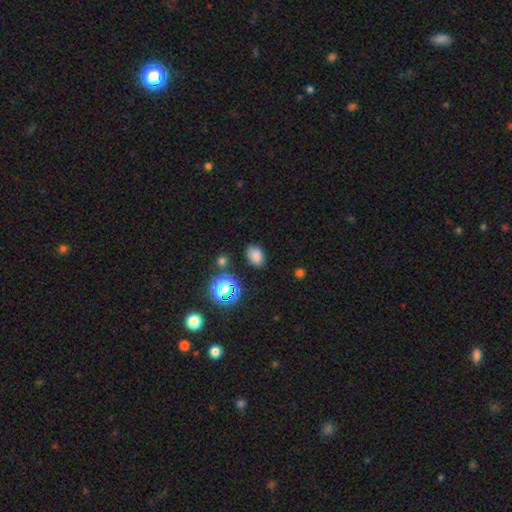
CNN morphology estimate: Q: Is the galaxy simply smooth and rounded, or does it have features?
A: smooth — 78%.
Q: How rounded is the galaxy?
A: in between — 76%.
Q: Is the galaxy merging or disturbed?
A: none — 79%.